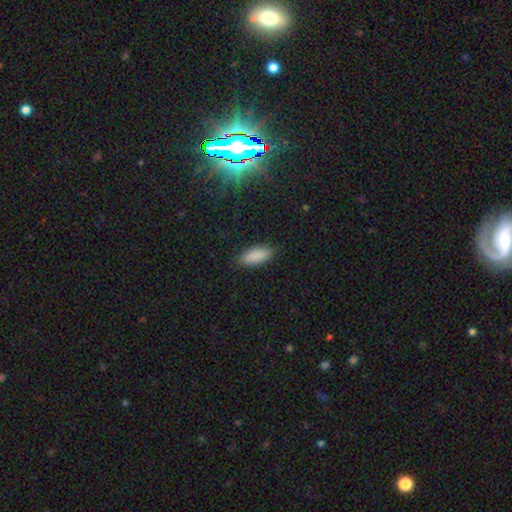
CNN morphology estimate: Smooth or featured: smooth — 89% (star or artifact — 7%)
How rounded: in between — 80% (cigar-shaped — 18%)
Merging: none — 88% (minor disturbance — 9%)